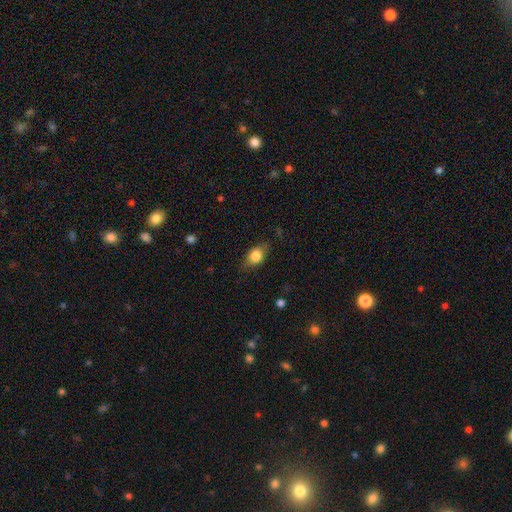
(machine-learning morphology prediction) This appears to be a smooth galaxy with no disk features (79%) that is in between round and cigar-shaped (67%). Merging: none (74%).